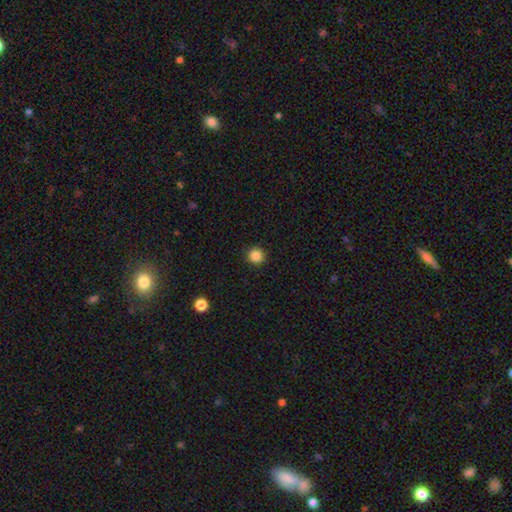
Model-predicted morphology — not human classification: A smooth galaxy with no disk features (85%) that is round (95%). Merging: none (92%).